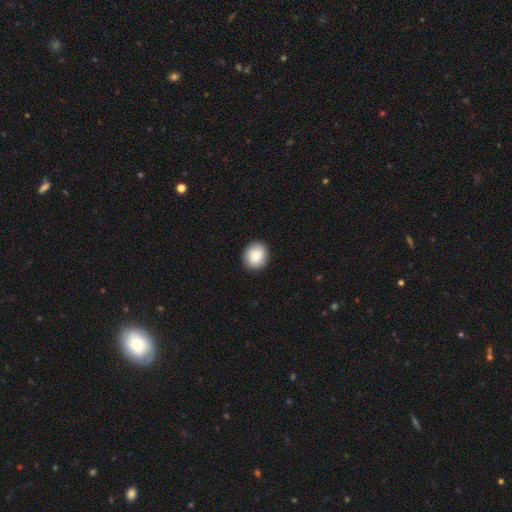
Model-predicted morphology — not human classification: This is clearly a smooth galaxy (85%). How rounded: likely round (74%). Merging: clearly none (89%).